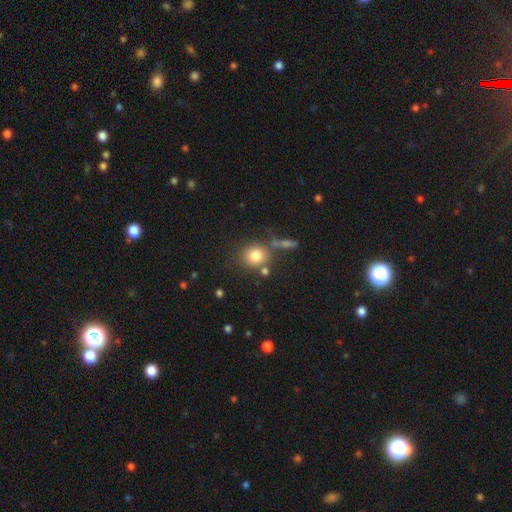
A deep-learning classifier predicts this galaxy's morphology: Smooth or featured? Predicted: smooth (p=0.80). How rounded? Predicted: round (p=0.81). Merging? Predicted: none (p=0.69).